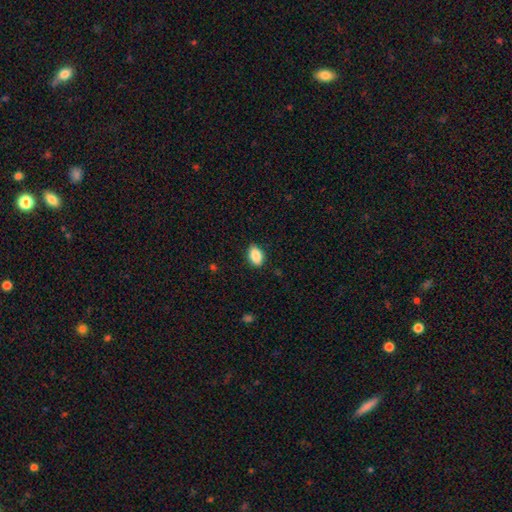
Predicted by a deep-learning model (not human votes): A smooth galaxy with no disk features (88%) that is in between round and cigar-shaped (89%).

Vote fractions:
- Smooth or featured? smooth: 88% / star or artifact: 7% / featured or disk: 4%
- How rounded? in between: 89% / round: 9% / cigar-shaped: 2%
- Merging? none: 85% / minor disturbance: 11% / major disturbance: 2% / merger: 1%